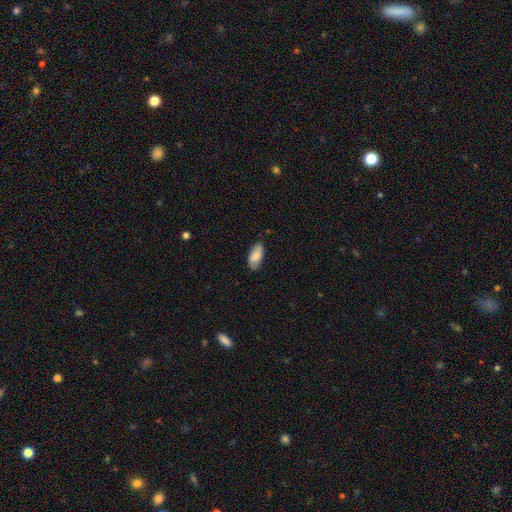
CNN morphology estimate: Q: Smooth or featured?
A: smooth (82%); runner-up: featured or disk (12%)
Q: How rounded?
A: in between (91%); runner-up: cigar-shaped (7%)
Q: Merging?
A: none (80%); runner-up: minor disturbance (16%)